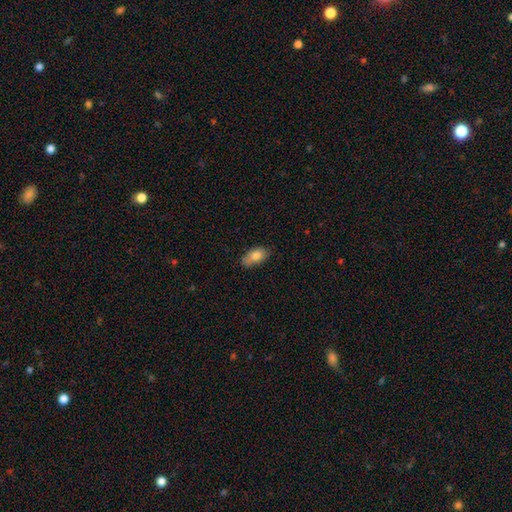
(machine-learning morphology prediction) smooth_or_featured: smooth (p=0.80) [alt: featured or disk p=0.12]
how_rounded: in between (p=0.90) [alt: round p=0.07]
merging: none (p=0.60) [alt: minor disturbance p=0.31]